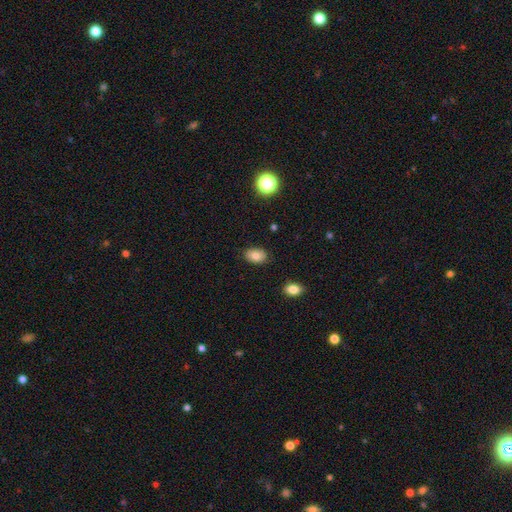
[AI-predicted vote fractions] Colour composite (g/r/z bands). It shows a smooth galaxy with no disk features (80%) that is in between round and cigar-shaped (81%). Merging: none (85%).